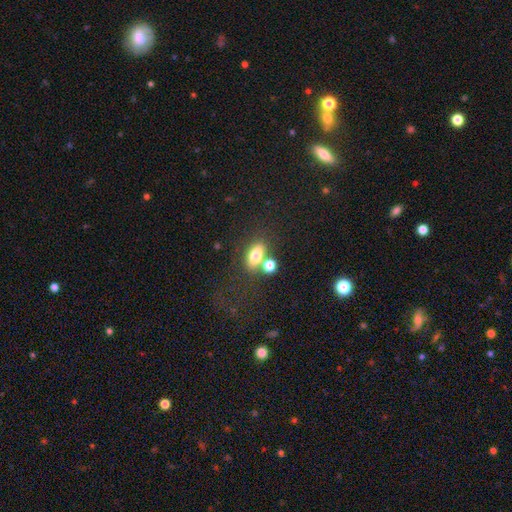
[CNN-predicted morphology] Overall: smooth (74%). How rounded: in between (80%). Merging: none (54%; merger 30%).